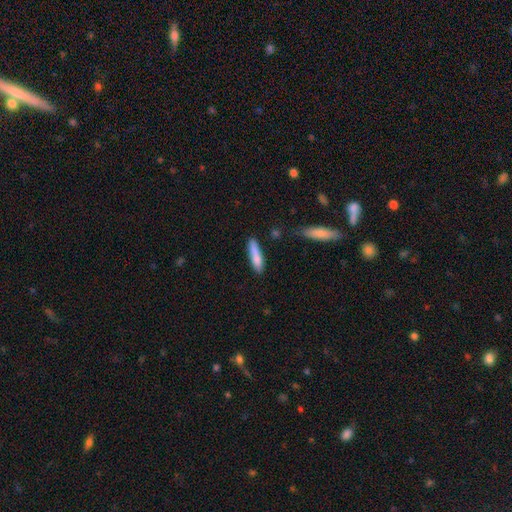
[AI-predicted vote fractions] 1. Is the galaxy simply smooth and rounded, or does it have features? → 82% smooth, 12% featured or disk, 6% star or artifact.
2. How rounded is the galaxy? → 80% cigar-shaped, 18% in between, 1% round.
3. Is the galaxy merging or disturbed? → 76% none, 16% minor disturbance, 4% merger, 3% major disturbance.